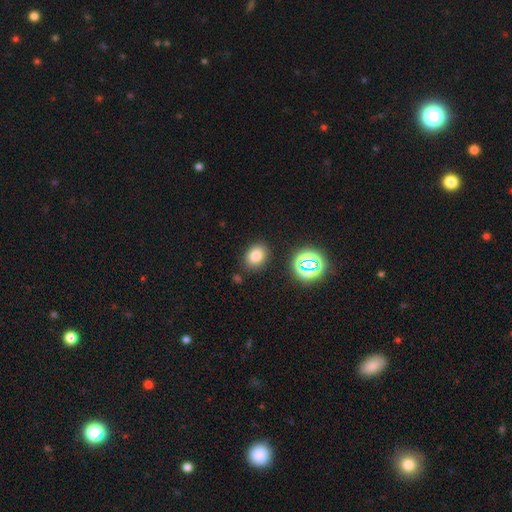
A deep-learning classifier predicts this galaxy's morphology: smooth-or-featured: smooth: 77% | star or artifact: 16% | featured or disk: 7%
  how-rounded: in between: 56% | round: 43% | cigar-shaped: 1%
  merging: none: 84% | minor disturbance: 10% | merger: 3% | major disturbance: 3%